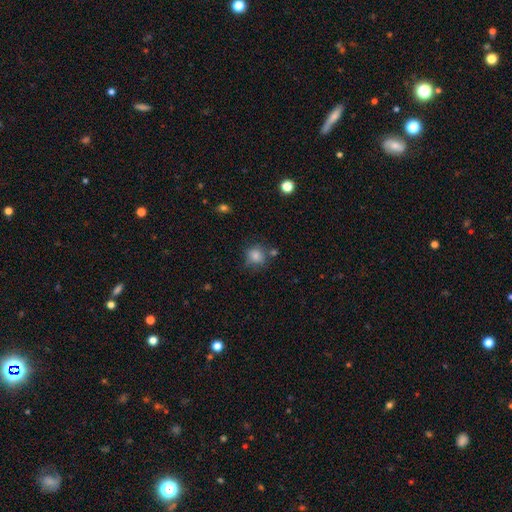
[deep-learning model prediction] Smooth or featured: smooth — 81% (star or artifact — 11%)
How rounded: round — 83% (in between — 16%)
Merging: none — 68% (minor disturbance — 18%)